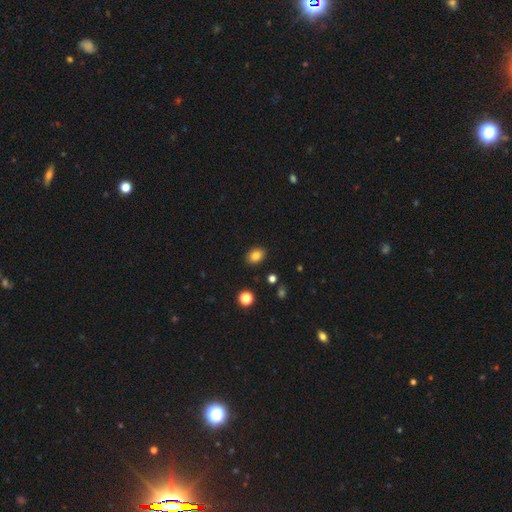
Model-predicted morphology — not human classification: Smooth or featured?
  - smooth: 83% *
  - star or artifact: 10%
  - featured or disk: 6%
How rounded?
  - in between: 66% *
  - round: 33%
  - cigar-shaped: 1%
Merging?
  - none: 89% *
  - minor disturbance: 8%
  - major disturbance: 2%
  - merger: 2%